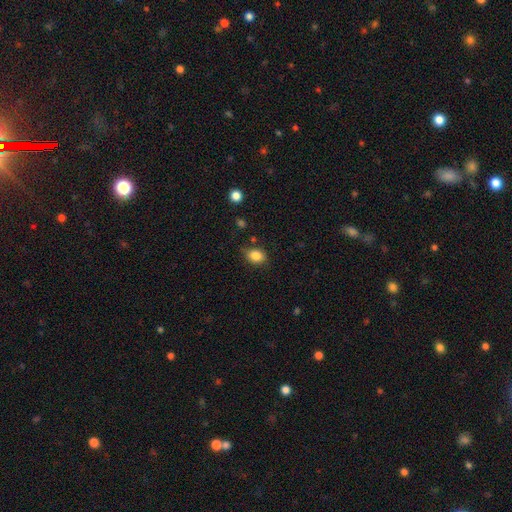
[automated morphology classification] This is clearly a smooth galaxy (84%). How rounded: likely in between (69%). Merging: likely none (76%).